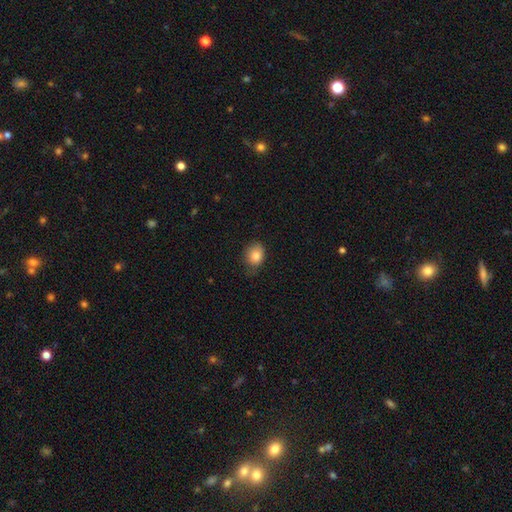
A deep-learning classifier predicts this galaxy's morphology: Smooth or featured: smooth — 82% (star or artifact — 10%)
How rounded: round — 51% (in between — 48%)
Merging: none — 65% (minor disturbance — 28%)